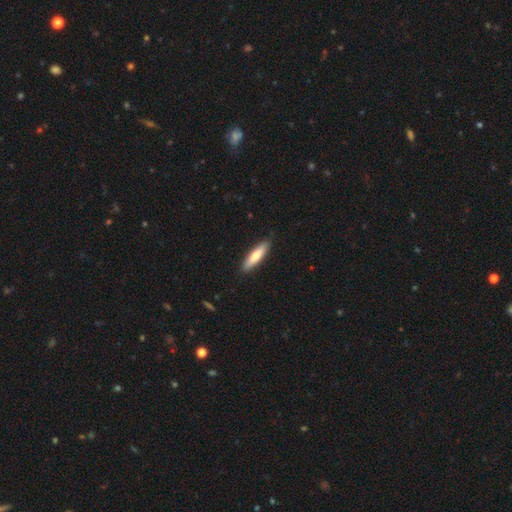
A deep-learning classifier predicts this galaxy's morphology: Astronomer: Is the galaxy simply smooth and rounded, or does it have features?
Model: smooth — 69%.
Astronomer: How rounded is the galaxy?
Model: cigar-shaped — 72%.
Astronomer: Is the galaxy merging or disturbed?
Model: none — 89%.